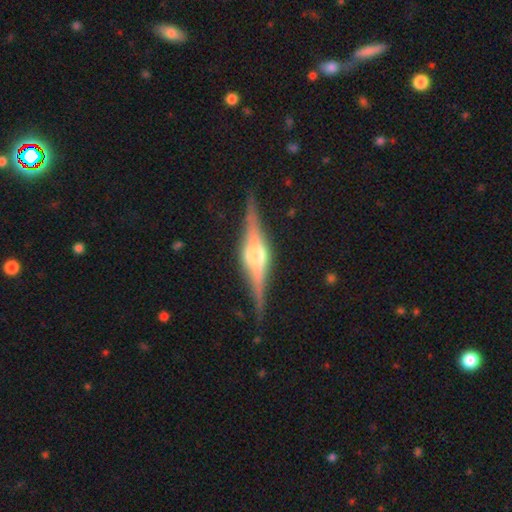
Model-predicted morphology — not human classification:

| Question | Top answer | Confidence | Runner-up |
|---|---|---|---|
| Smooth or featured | featured or disk | 83% | smooth (12%) |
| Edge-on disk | yes | 97% | no (3%) |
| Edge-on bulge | rounded | 90% | boxy (8%) |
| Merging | none | 86% | minor disturbance (11%) |